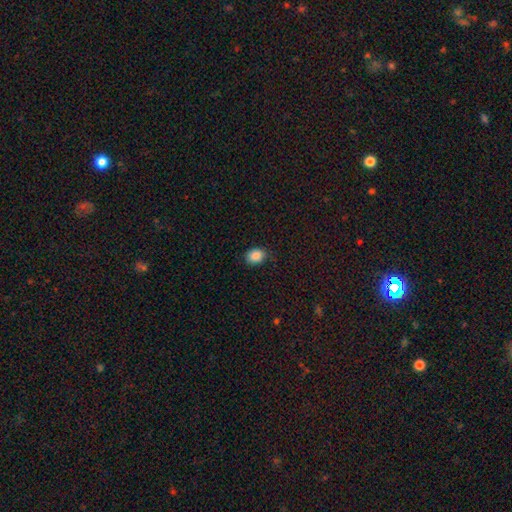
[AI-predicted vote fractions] A smooth galaxy with no disk features (87%) that is in between round and cigar-shaped (57%). Merging: none (82%).